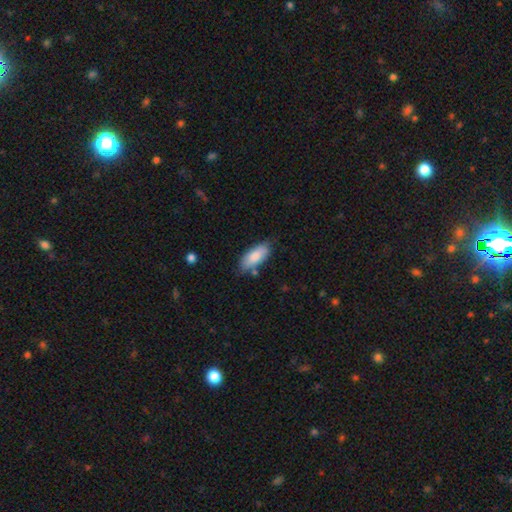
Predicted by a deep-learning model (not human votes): Overall: smooth (85%). How rounded: in between (84%). Merging: none (74%).